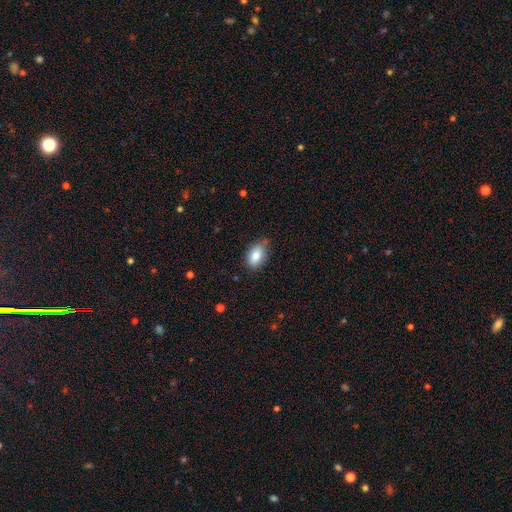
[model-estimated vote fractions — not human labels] Q: Smooth or featured?
A: smooth (84%); runner-up: featured or disk (9%)
Q: How rounded?
A: in between (90%); runner-up: round (8%)
Q: Merging?
A: none (72%); runner-up: minor disturbance (22%)